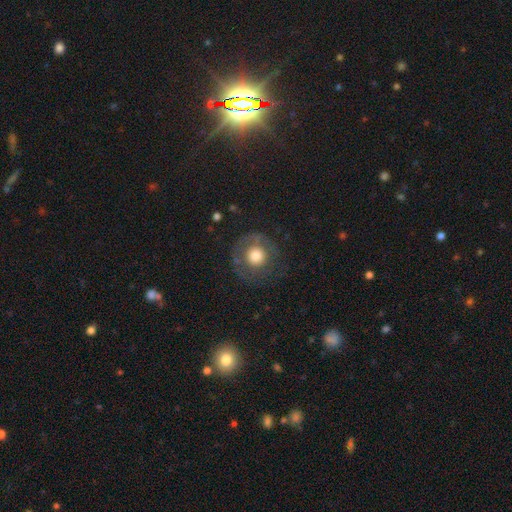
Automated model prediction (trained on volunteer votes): A smooth galaxy with no disk features (60%) that is round (94%).

Vote fractions:
- Smooth or featured? smooth: 60% / featured or disk: 31% / star or artifact: 9%
- How rounded? round: 94% / in between: 5% / cigar-shaped: 1%
- Merging? none: 72% / minor disturbance: 14% / major disturbance: 12% / merger: 1%